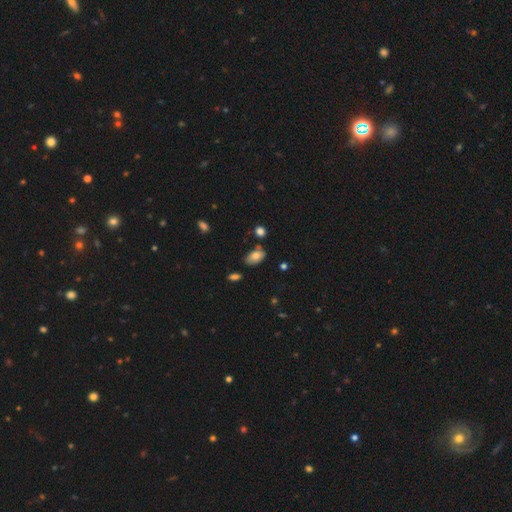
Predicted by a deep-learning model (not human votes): Q: Smooth or featured?
A: smooth (78%); runner-up: featured or disk (13%)
Q: How rounded?
A: in between (90%); runner-up: round (8%)
Q: Merging?
A: none (70%); runner-up: minor disturbance (19%)